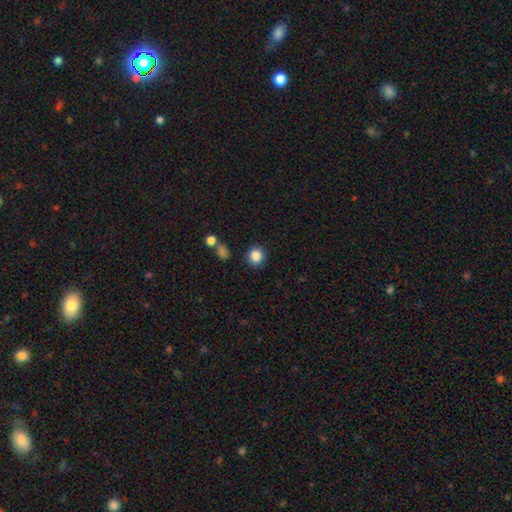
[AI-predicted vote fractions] Smooth or featured? Predicted: smooth (p=0.86). How rounded? Predicted: round (p=0.87). Merging? Predicted: none (p=0.86).